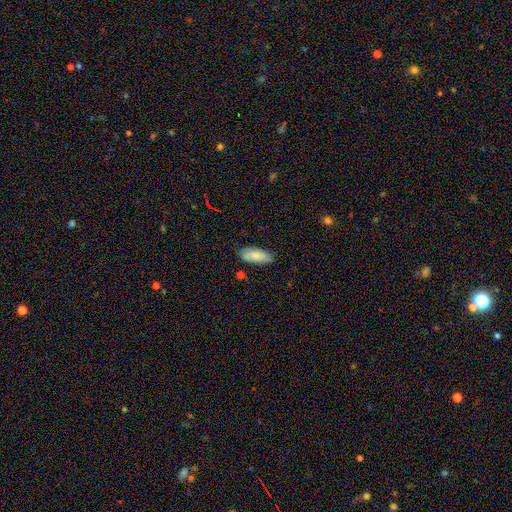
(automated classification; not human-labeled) A smooth galaxy with no disk features (80%) that is in between round and cigar-shaped (83%).

Vote fractions:
- Smooth or featured? smooth: 80% / featured or disk: 14% / star or artifact: 6%
- How rounded? in between: 83% / cigar-shaped: 16% / round: 2%
- Merging? none: 78% / minor disturbance: 17% / major disturbance: 3% / merger: 2%